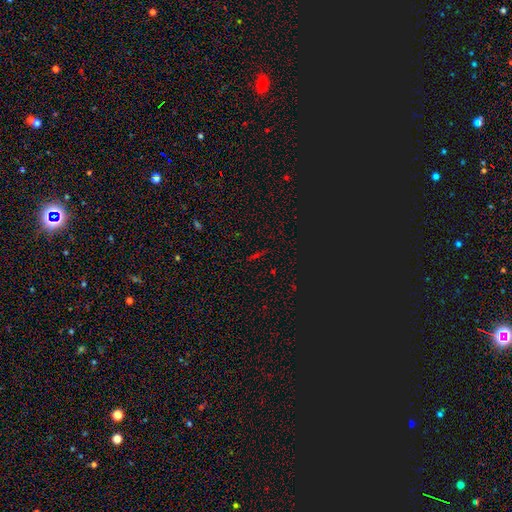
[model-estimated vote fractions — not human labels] A star or artifact, not a galaxy (65%).